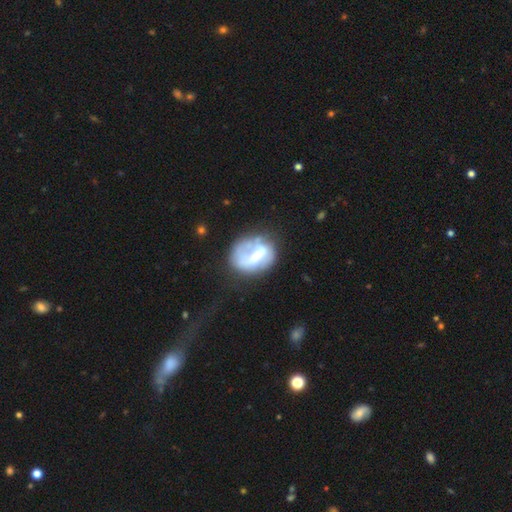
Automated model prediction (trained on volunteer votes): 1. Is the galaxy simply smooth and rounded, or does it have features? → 54% featured or disk, 38% smooth, 8% star or artifact.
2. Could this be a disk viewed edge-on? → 97% no, 3% yes.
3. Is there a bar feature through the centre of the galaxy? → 43% no, 35% weak, 22% strong.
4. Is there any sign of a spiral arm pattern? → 63% no, 37% yes.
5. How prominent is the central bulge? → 39% moderate, 35% small, 16% none, 8% large, 2% dominant.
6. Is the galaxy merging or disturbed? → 43% none, 24% major disturbance, 24% minor disturbance, 10% merger.